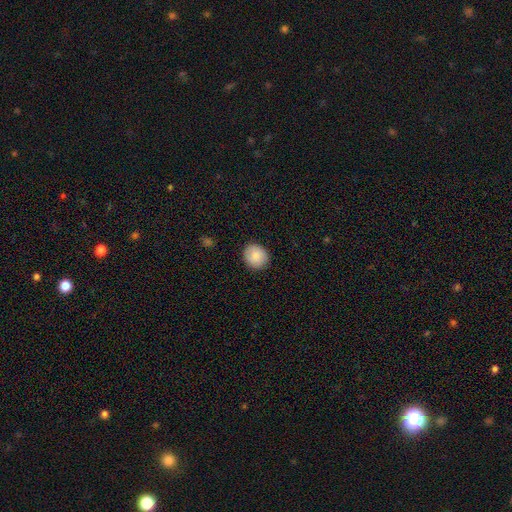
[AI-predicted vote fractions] The model was most divided on "how rounded": round: 79%, in between: 20%, cigar-shaped: 1%. More confident: merging — none (89%); smooth or featured — smooth (86%).